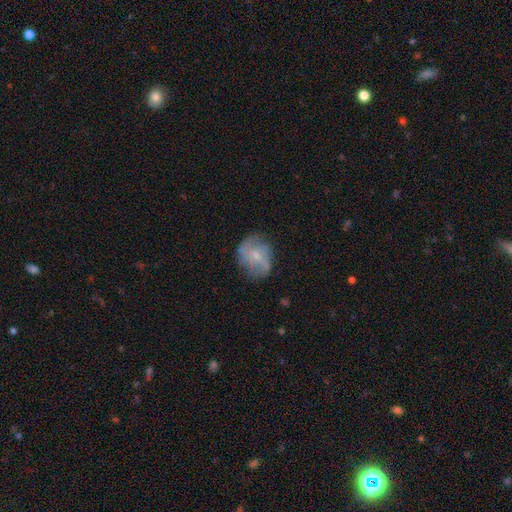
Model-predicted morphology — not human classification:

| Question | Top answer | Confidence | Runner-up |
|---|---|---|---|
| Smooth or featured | featured or disk | 49% | smooth (42%) |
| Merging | none | 60% | minor disturbance (26%) |